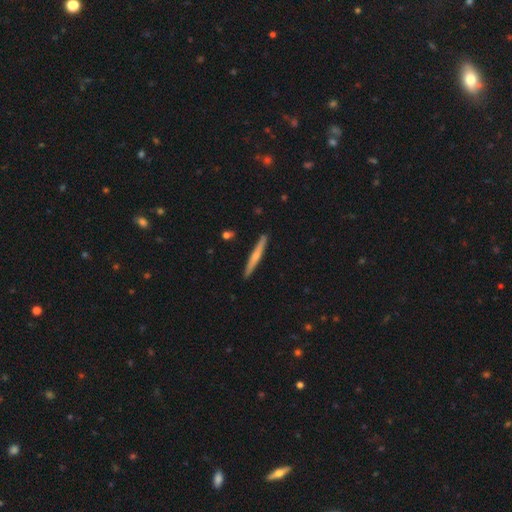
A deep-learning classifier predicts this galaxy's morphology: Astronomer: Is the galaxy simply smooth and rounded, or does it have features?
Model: featured or disk — 48% (runner-up: smooth, 47%).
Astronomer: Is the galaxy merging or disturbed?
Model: none — 91%.